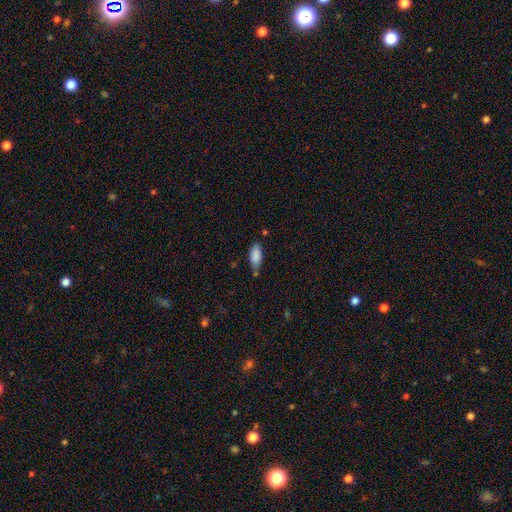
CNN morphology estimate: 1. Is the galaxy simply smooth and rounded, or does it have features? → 86% smooth, 7% star or artifact, 7% featured or disk.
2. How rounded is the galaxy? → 82% in between, 16% cigar-shaped, 2% round.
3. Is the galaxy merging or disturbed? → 58% none, 26% minor disturbance, 10% merger, 5% major disturbance.